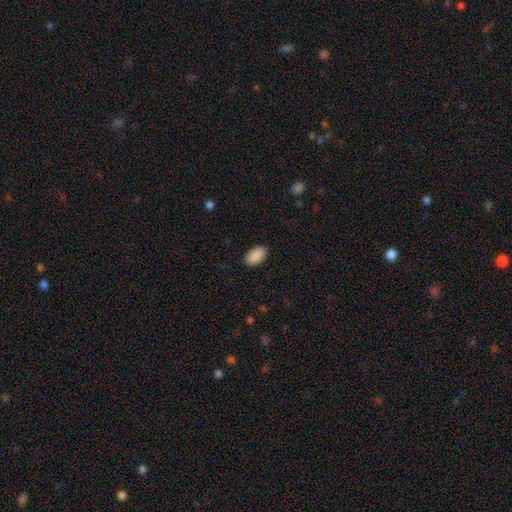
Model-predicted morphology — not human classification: type=smooth (91%); roundness=in between (95%); merging=none (89%).